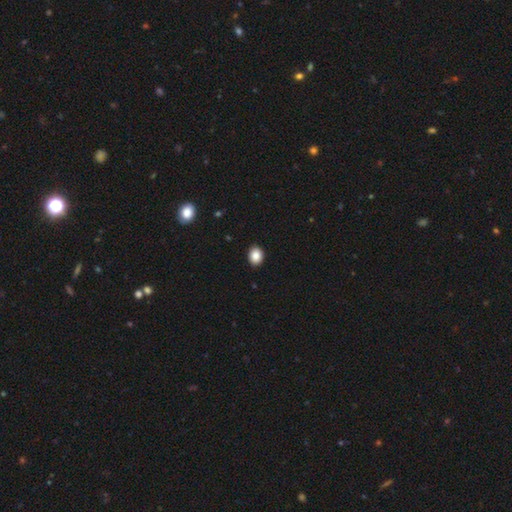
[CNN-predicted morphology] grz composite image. It shows a smooth galaxy with no disk features (87%) that is in between round and cigar-shaped (58%). Merging: none (91%).